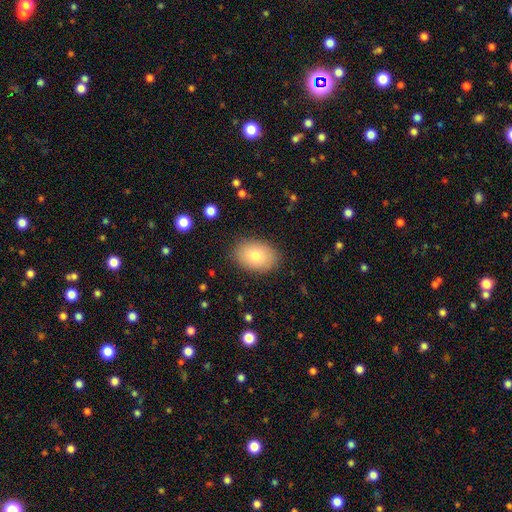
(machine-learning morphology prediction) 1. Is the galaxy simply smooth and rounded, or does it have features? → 79% smooth, 13% featured or disk, 8% star or artifact.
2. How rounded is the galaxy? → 80% in between, 19% round, 1% cigar-shaped.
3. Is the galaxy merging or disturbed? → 86% none, 10% minor disturbance, 3% major disturbance, 1% merger.